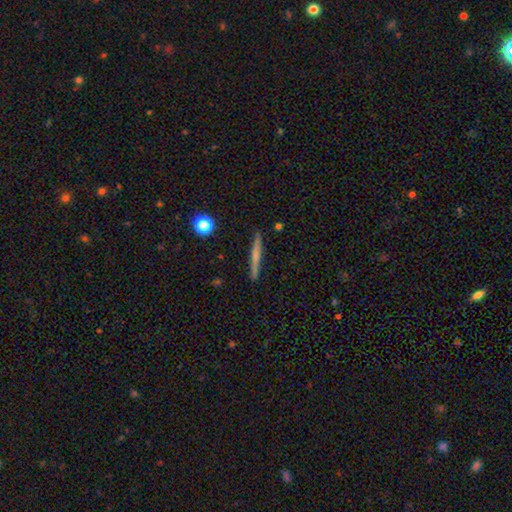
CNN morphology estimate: smooth_or_featured: smooth (p=0.50) [alt: featured or disk p=0.43]
how_rounded: cigar-shaped (p=0.95) [alt: in between p=0.03]
merging: none (p=0.91) [alt: minor disturbance p=0.07]